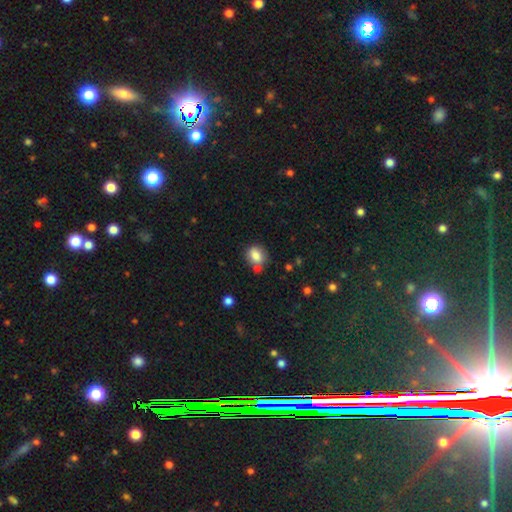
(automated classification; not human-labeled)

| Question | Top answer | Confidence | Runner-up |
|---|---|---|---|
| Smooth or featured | smooth | 81% | featured or disk (10%) |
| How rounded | round | 50% | in between (48%) |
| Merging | none | 65% | minor disturbance (16%) |